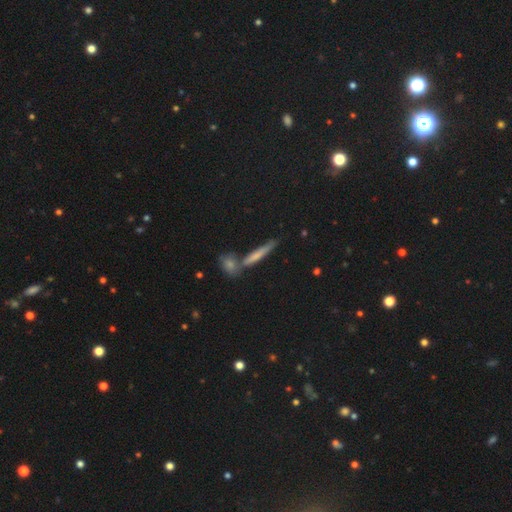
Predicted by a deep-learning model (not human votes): Q: Smooth or featured?
A: smooth (50%); runner-up: featured or disk (38%)
Q: How rounded?
A: cigar-shaped (88%); runner-up: in between (8%)
Q: Merging?
A: none (71%); runner-up: merger (17%)